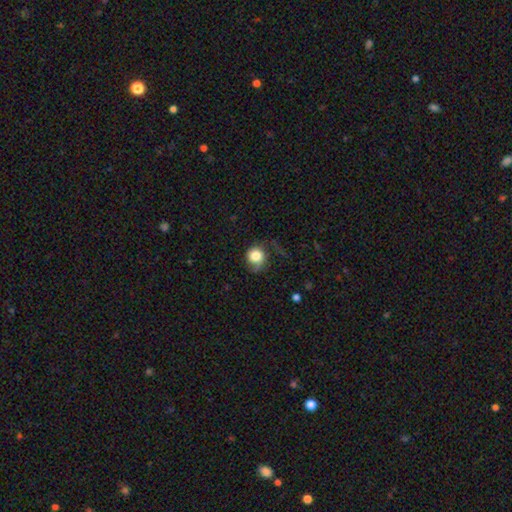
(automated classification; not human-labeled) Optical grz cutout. It shows a smooth galaxy with no disk features (70%) that is round (79%). Merging: none (43%).